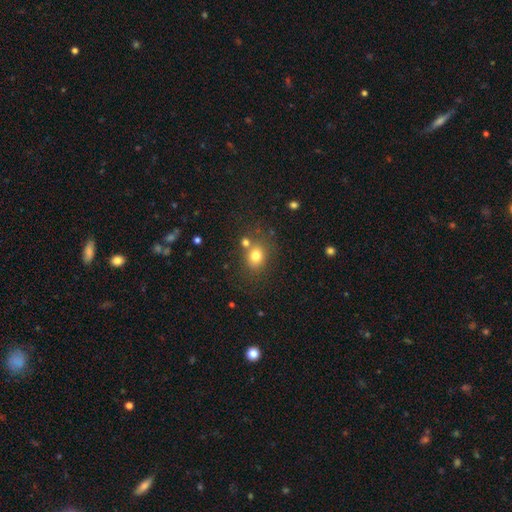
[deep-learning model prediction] smooth-or-featured: smooth: 77% | star or artifact: 13% | featured or disk: 10%
  how-rounded: round: 56% | in between: 43% | cigar-shaped: 1%
  merging: none: 67% | merger: 15% | minor disturbance: 13% | major disturbance: 5%